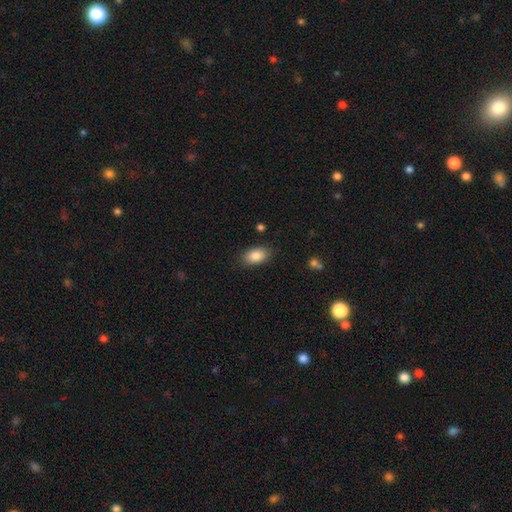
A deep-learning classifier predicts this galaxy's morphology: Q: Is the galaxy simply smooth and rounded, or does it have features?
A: smooth — 86%.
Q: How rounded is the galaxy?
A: in between — 91%.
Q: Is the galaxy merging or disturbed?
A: none — 86%.